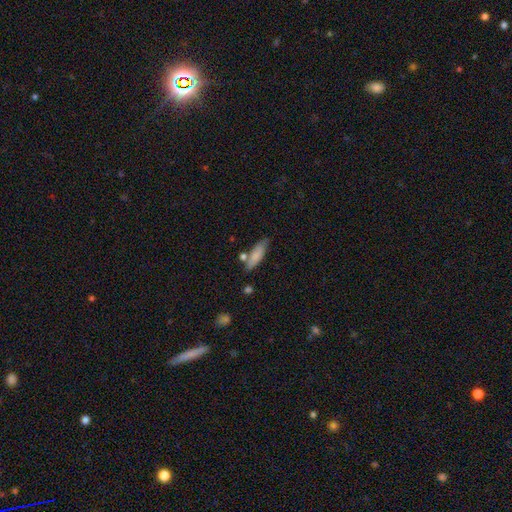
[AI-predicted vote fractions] smooth_or_featured: smooth (p=0.79) [alt: featured or disk p=0.15]
how_rounded: cigar-shaped (p=0.51) [alt: in between p=0.47]
merging: none (p=0.69) [alt: minor disturbance p=0.17]